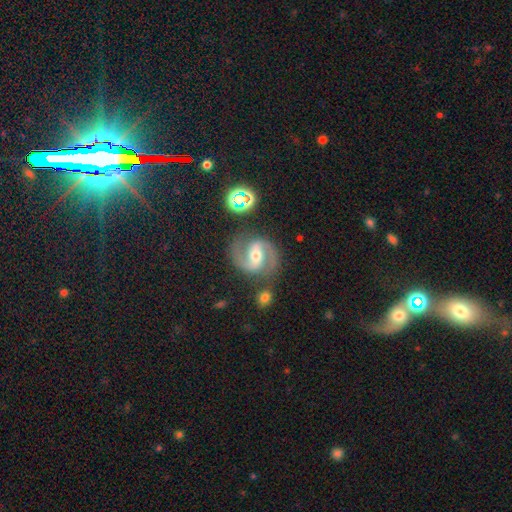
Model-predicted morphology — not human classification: Smooth or featured? featured or disk (89%)
Edge-on disk? no (98%)
Bar? strong (42%)
Spiral arms? yes (98%)
Spiral winding? medium (65%)
Spiral arm count? 2 (94%)
Bulge size? moderate (67%)
Merging? none (79%)